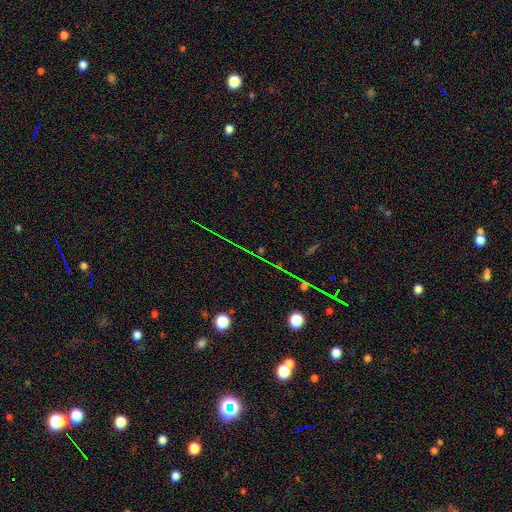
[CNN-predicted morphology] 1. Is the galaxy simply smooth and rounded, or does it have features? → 72% star or artifact, 16% smooth, 11% featured or disk.